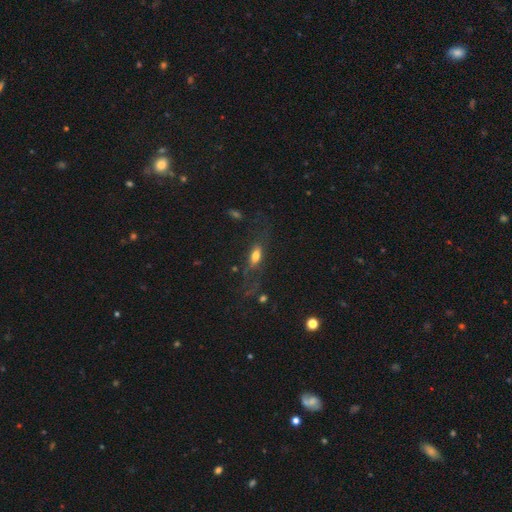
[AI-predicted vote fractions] A smooth galaxy with no disk features (60%) that is in between round and cigar-shaped (69%).

Vote fractions:
- Smooth or featured? smooth: 60% / featured or disk: 29% / star or artifact: 11%
- How rounded? in between: 69% / cigar-shaped: 25% / round: 6%
- Merging? none: 48% / major disturbance: 29% / minor disturbance: 19% / merger: 4%